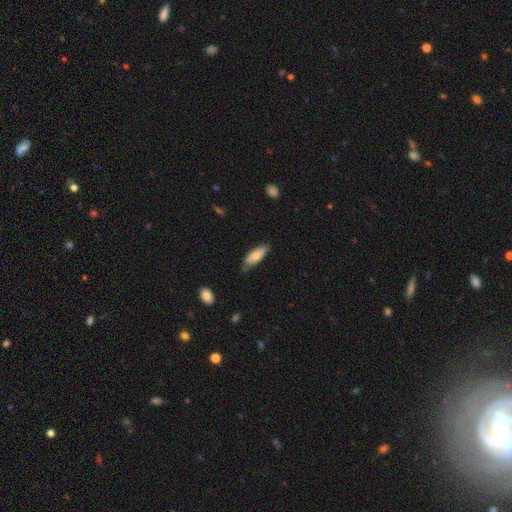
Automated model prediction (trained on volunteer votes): Smooth or featured? smooth (72%)
How rounded? in between (69%)
Merging? none (73%)